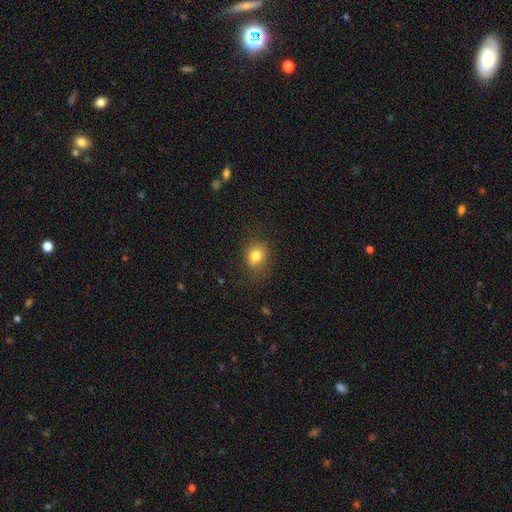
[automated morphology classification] smooth-or-featured: smooth: 80% | star or artifact: 11% | featured or disk: 8%
  how-rounded: round: 56% | in between: 43% | cigar-shaped: 1%
  merging: none: 74% | minor disturbance: 18% | major disturbance: 7% | merger: 1%